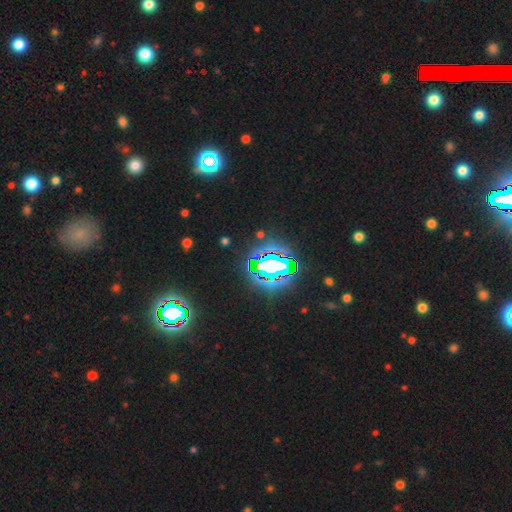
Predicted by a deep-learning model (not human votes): Morphology: type=star or artifact (83%).